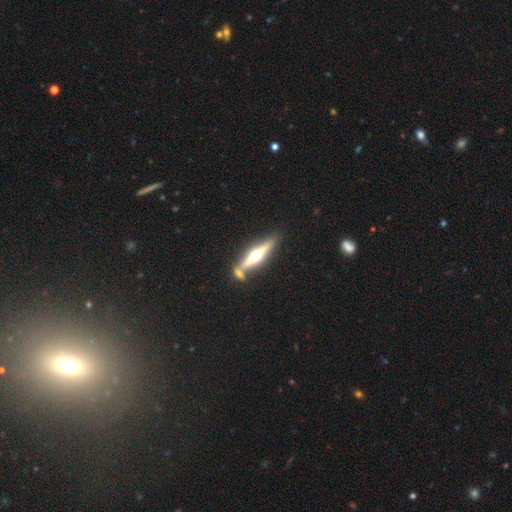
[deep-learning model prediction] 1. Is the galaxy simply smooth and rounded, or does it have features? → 72% featured or disk, 22% smooth, 6% star or artifact.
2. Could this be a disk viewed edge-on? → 96% yes, 4% no.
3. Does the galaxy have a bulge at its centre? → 95% rounded, 3% boxy, 2% none.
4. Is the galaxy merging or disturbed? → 69% none, 18% merger, 11% minor disturbance, 3% major disturbance.